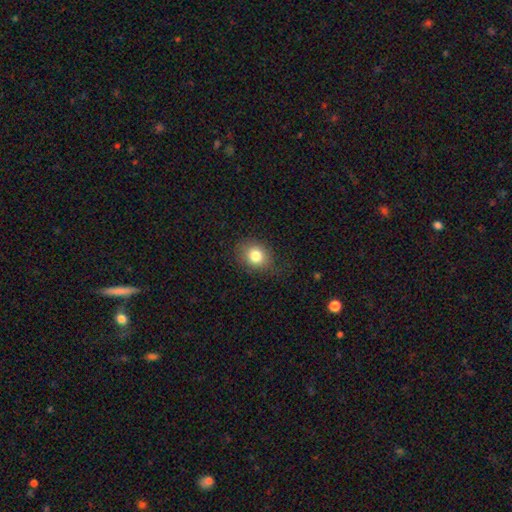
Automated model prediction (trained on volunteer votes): Smooth or featured: smooth — 81% (star or artifact — 10%)
How rounded: round — 55% (in between — 44%)
Merging: none — 75% (minor disturbance — 18%)